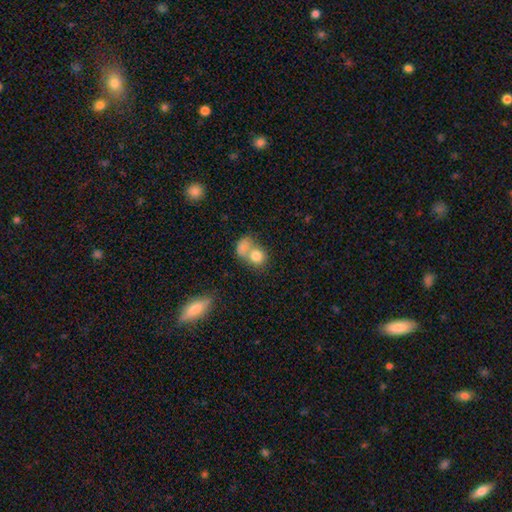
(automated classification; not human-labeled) Smooth or featured: smooth — 78% (featured or disk — 13%)
How rounded: round — 70% (in between — 29%)
Merging: merger — 58% (none — 29%)